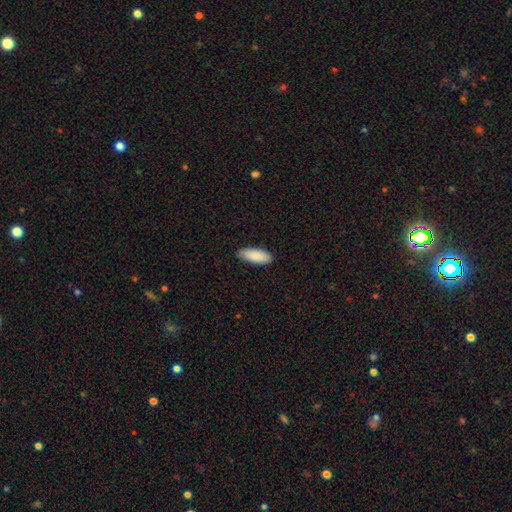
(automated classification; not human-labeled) A smooth galaxy with no disk features (89%) that is in between round and cigar-shaped (78%).

Vote fractions:
- Smooth or featured? smooth: 89% / featured or disk: 5% / star or artifact: 5%
- How rounded? in between: 78% / cigar-shaped: 20% / round: 2%
- Merging? none: 84% / minor disturbance: 13% / major disturbance: 2% / merger: 1%